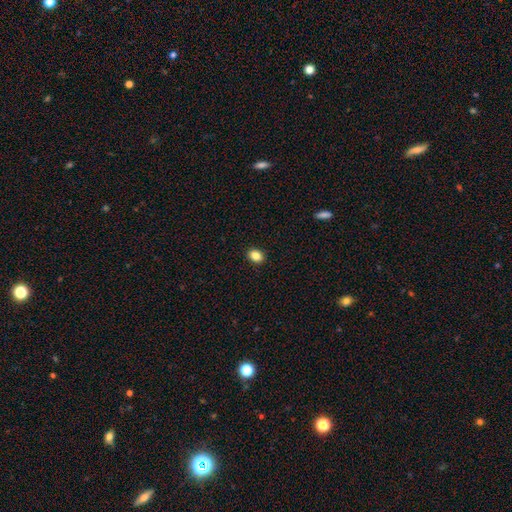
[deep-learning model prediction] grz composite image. It shows a smooth galaxy with no disk features (86%) that is in between round and cigar-shaped (60%). Merging: none (91%).